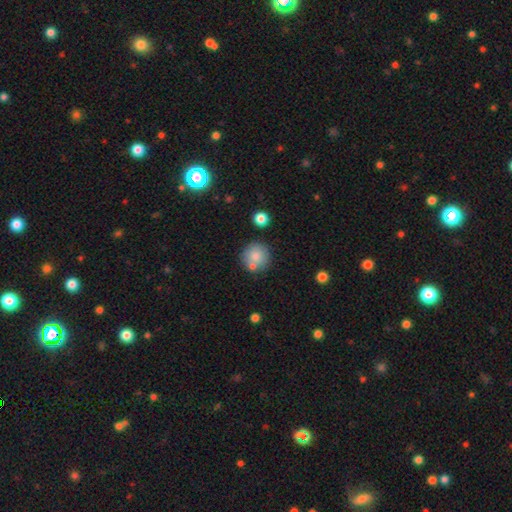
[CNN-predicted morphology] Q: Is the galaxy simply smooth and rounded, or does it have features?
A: smooth — 81%.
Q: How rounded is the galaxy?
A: round — 93%.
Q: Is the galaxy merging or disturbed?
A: none — 71%.